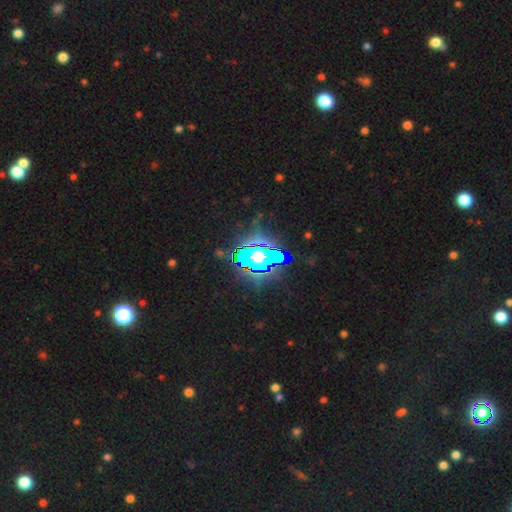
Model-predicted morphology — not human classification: This appears to be a star or artifact, not a galaxy (77%).